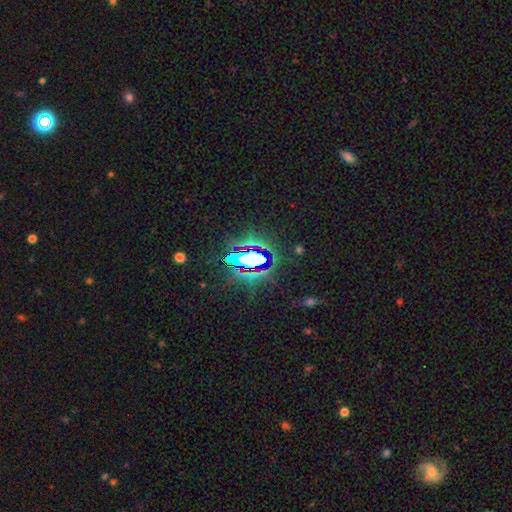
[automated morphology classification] This appears to be a star or artifact, not a galaxy (75%).